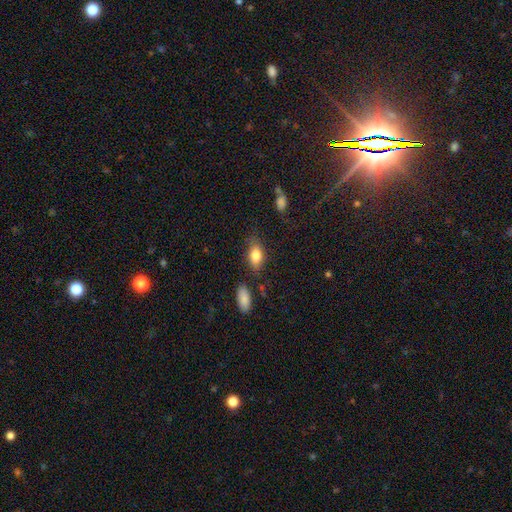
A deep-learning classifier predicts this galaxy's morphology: smooth 83%, featured or disk 10%, star or artifact 7%. Down the decision tree: how rounded — in between (88%); merging — none (74%).